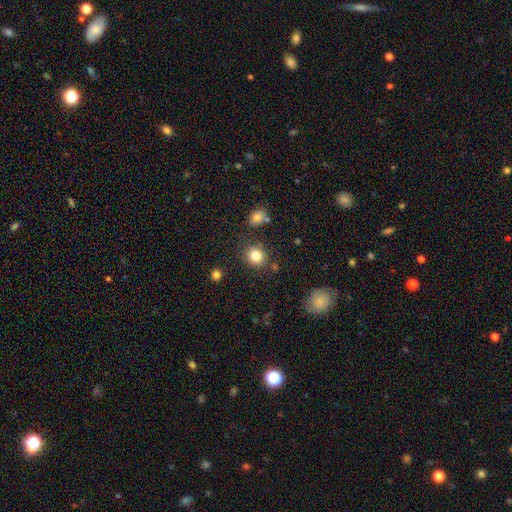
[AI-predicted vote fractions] This appears to be a smooth galaxy with no disk features (83%) that is round (78%). Merging: none (82%).